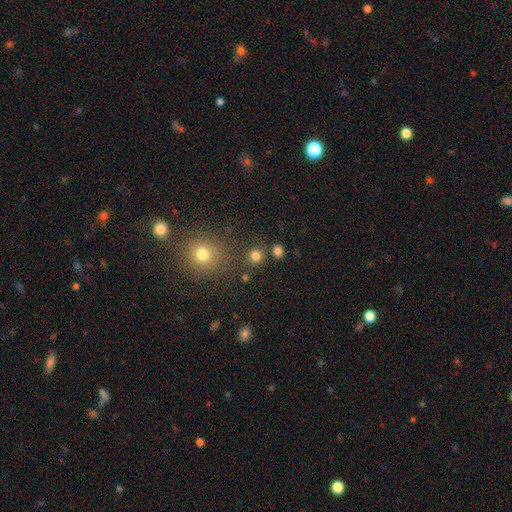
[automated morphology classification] Smooth or featured? smooth (79%)
How rounded? round (87%)
Merging? none (80%)